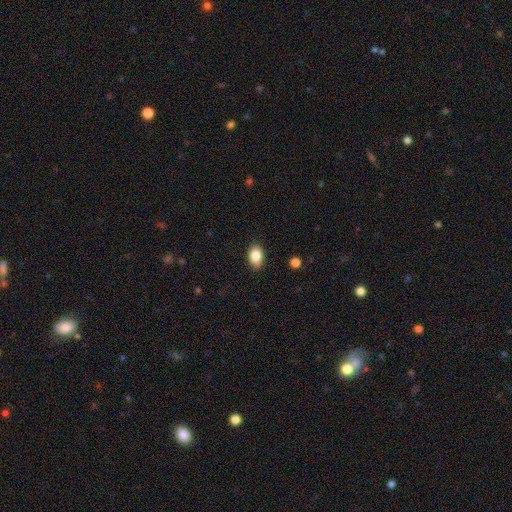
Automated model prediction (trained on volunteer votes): Smooth or featured: smooth — 86% (star or artifact — 8%)
How rounded: in between — 85% (round — 13%)
Merging: none — 86% (minor disturbance — 10%)